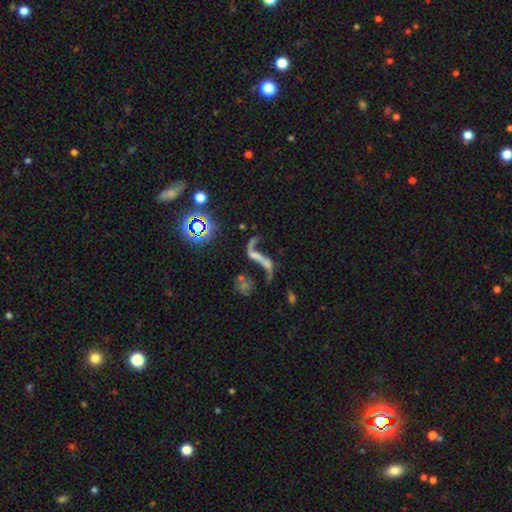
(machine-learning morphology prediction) smooth-or-featured: featured or disk: 63% | star or artifact: 22% | smooth: 15%
  disk-edge-on: no: 89% | yes: 11%
    bar: no: 45% | strong: 33% | weak: 22%
    has-spiral-arms: yes: 73% | no: 27%
    bulge-size: none: 63% | small: 21% | moderate: 10% | large: 4% | dominant: 3%
  merging: none: 38% | major disturbance: 26% | merger: 23% | minor disturbance: 13%